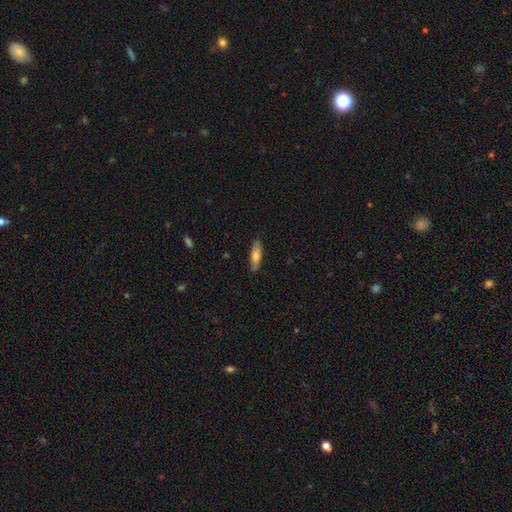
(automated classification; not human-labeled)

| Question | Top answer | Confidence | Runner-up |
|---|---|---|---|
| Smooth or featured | smooth | 68% | featured or disk (26%) |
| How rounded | cigar-shaped | 53% | in between (45%) |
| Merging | none | 79% | minor disturbance (16%) |